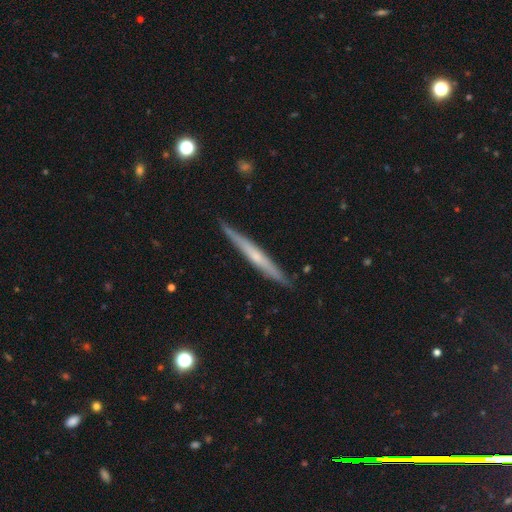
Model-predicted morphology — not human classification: Overall: featured or disk (61%; smooth 33%). Edge-on disk: yes (97%). Edge-on bulge: none (55%; rounded 40%). Merging: none (88%).